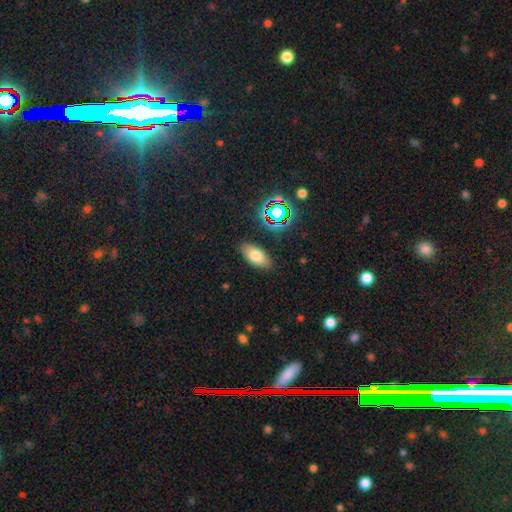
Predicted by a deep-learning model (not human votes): Smooth or featured?
  - smooth: 72% *
  - featured or disk: 15%
  - star or artifact: 13%
How rounded?
  - in between: 88% *
  - cigar-shaped: 8%
  - round: 5%
Merging?
  - none: 86% *
  - minor disturbance: 10%
  - major disturbance: 3%
  - merger: 2%